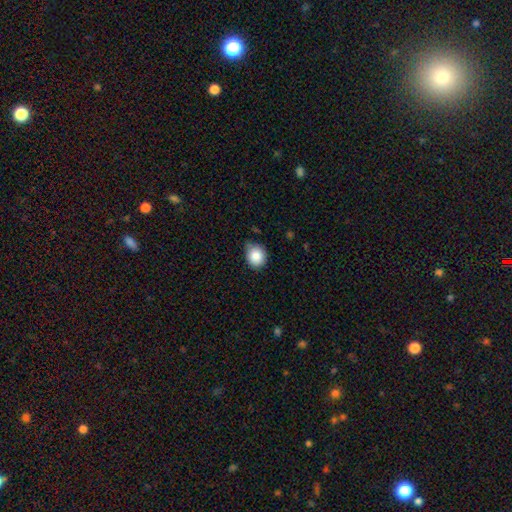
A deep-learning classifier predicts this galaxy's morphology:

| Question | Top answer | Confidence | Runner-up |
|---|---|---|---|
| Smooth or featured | smooth | 86% | star or artifact (9%) |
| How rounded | round | 80% | in between (19%) |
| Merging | none | 71% | minor disturbance (24%) |